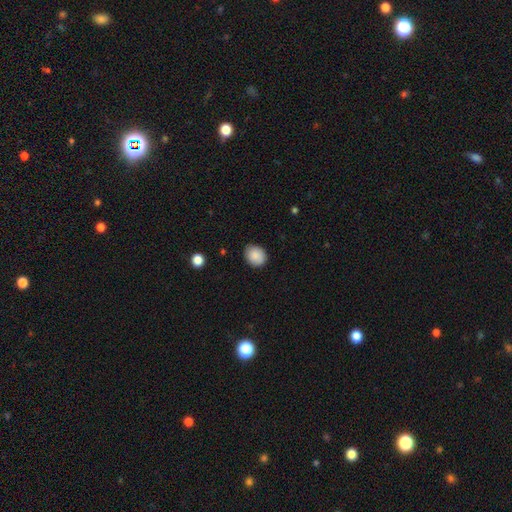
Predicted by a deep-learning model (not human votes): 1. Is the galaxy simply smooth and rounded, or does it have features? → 88% smooth, 8% star or artifact, 5% featured or disk.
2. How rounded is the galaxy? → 61% round, 39% in between, 1% cigar-shaped.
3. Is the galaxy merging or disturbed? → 84% none, 12% minor disturbance, 2% major disturbance, 1% merger.